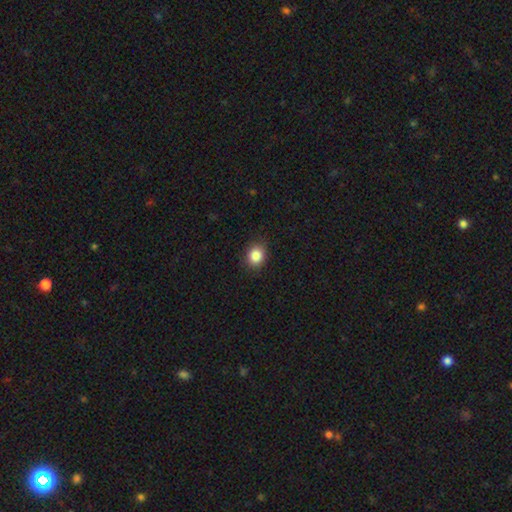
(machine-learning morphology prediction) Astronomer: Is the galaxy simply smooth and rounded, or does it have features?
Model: smooth — 86%.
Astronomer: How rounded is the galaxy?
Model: round — 64%.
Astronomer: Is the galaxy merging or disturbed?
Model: none — 89%.